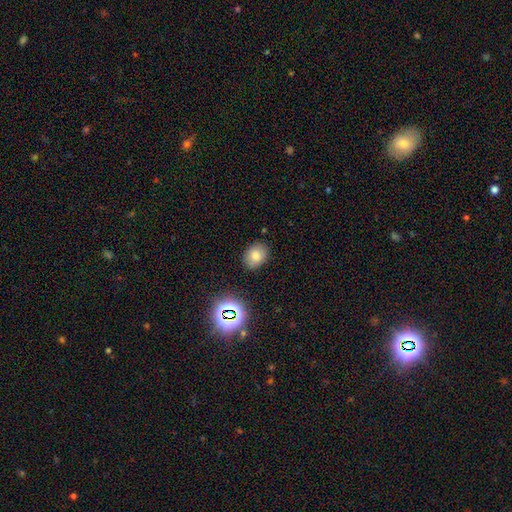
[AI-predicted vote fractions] Smooth or featured?
  - smooth: 72% *
  - star or artifact: 17%
  - featured or disk: 11%
How rounded?
  - in between: 62% *
  - round: 37%
  - cigar-shaped: 1%
Merging?
  - none: 86% *
  - minor disturbance: 10%
  - major disturbance: 3%
  - merger: 2%